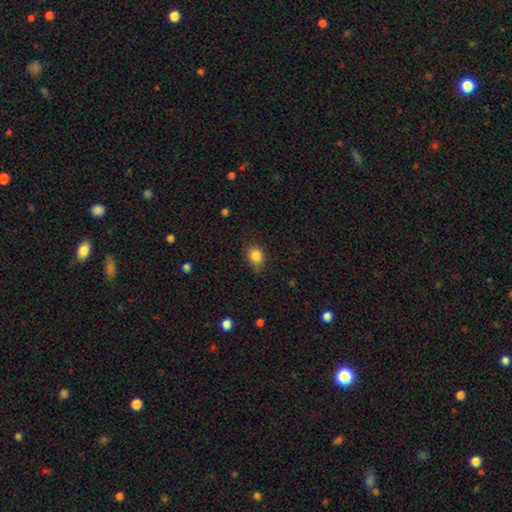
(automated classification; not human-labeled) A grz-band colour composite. It shows a smooth galaxy with no disk features (85%) that is round (52%). Merging: none (71%).